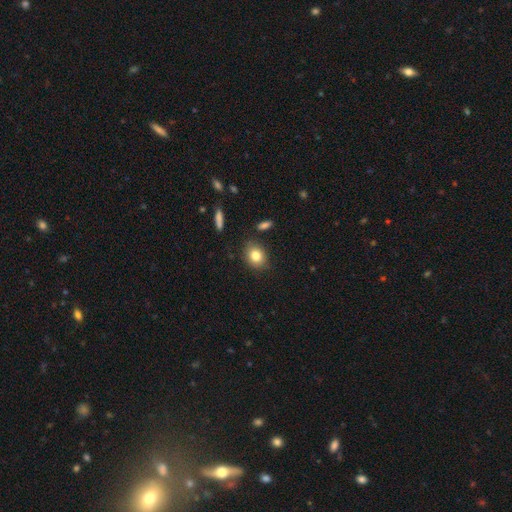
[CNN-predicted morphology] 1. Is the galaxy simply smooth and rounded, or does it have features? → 81% smooth, 10% featured or disk, 9% star or artifact.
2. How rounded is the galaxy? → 50% round, 49% in between, 1% cigar-shaped.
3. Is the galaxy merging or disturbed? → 84% none, 11% minor disturbance, 3% major disturbance, 2% merger.